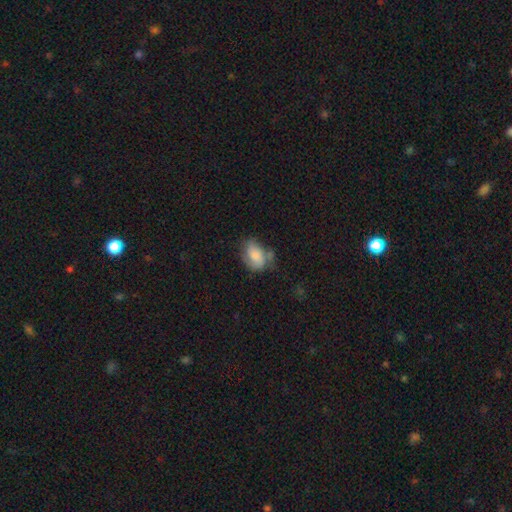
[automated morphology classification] Q: Smooth or featured?
A: smooth (69%); runner-up: featured or disk (23%)
Q: How rounded?
A: in between (83%); runner-up: round (15%)
Q: Merging?
A: none (41%); runner-up: minor disturbance (33%)